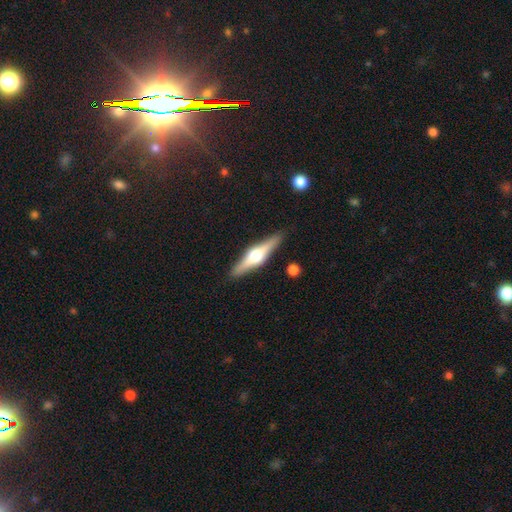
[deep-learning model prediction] A featured or disk galaxy (70%) viewed edge-on (97%) with a rounded central bulge (94%). Merging: none (88%).